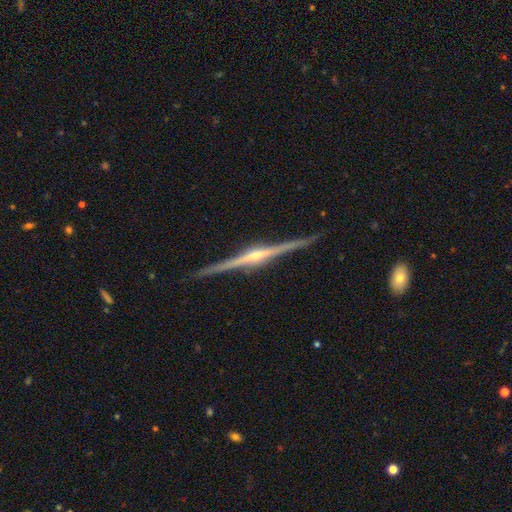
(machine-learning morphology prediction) A featured or disk galaxy (91%) viewed edge-on (99%) with a rounded central bulge (80%). Merging: none (91%).